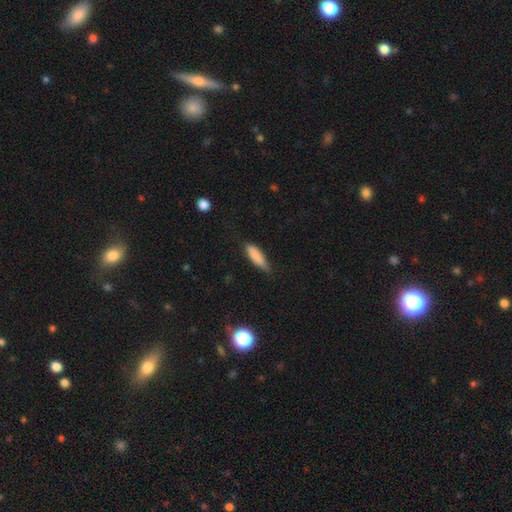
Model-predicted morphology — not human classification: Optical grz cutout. It shows a smooth galaxy with no disk features (85%) that is in between round and cigar-shaped (52%). Merging: none (63%).